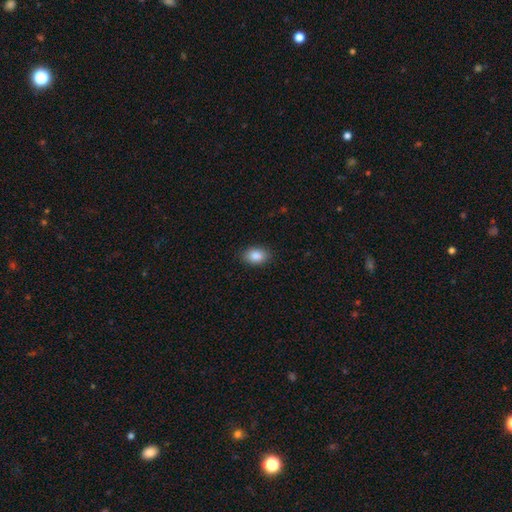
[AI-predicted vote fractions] Smooth or featured? Predicted: smooth (p=0.87). How rounded? Predicted: in between (p=0.82). Merging? Predicted: none (p=0.87).